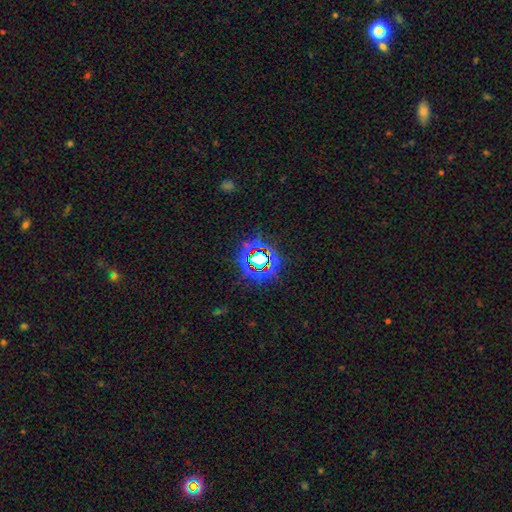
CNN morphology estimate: Overall: star or artifact (74%).